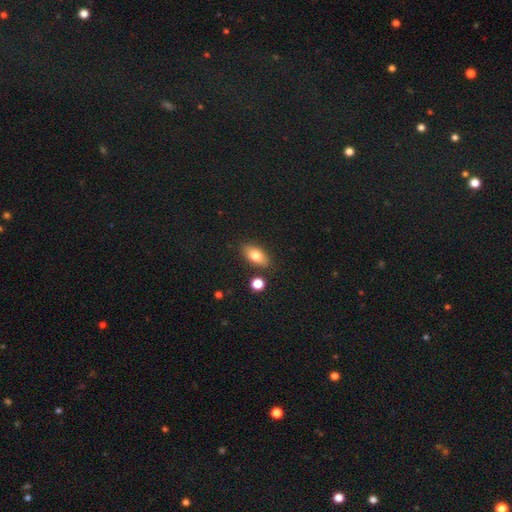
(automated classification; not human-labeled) smooth_or_featured: smooth (p=0.76) [alt: featured or disk p=0.16]
how_rounded: in between (p=0.86) [alt: cigar-shaped p=0.08]
merging: none (p=0.84) [alt: minor disturbance p=0.10]